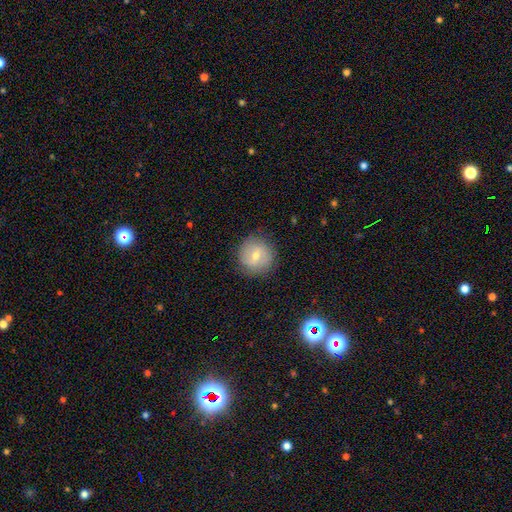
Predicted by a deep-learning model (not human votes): smooth_or_featured: smooth (p=0.53) [alt: featured or disk p=0.35]
how_rounded: round (p=0.93) [alt: in between p=0.06]
merging: none (p=0.86) [alt: minor disturbance p=0.10]